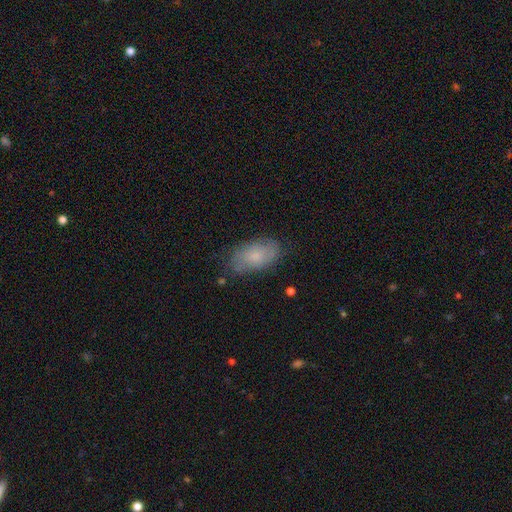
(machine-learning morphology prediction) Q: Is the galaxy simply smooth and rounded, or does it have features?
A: smooth — 62%.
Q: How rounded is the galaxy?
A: in between — 92%.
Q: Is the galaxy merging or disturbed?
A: none — 73%.